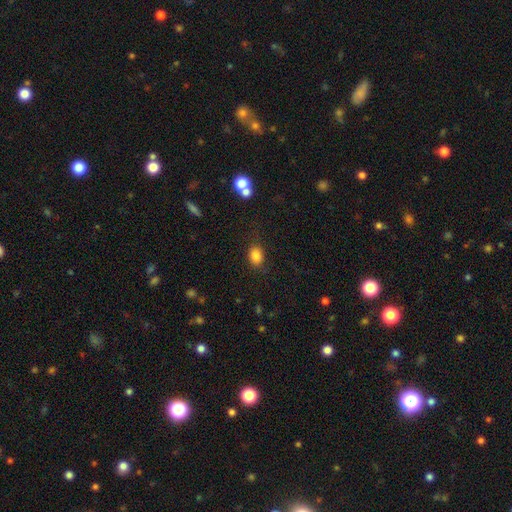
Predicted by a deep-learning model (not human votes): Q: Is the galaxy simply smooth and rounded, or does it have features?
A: smooth — 85%.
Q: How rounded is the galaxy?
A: in between — 68%.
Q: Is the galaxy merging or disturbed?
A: none — 80%.